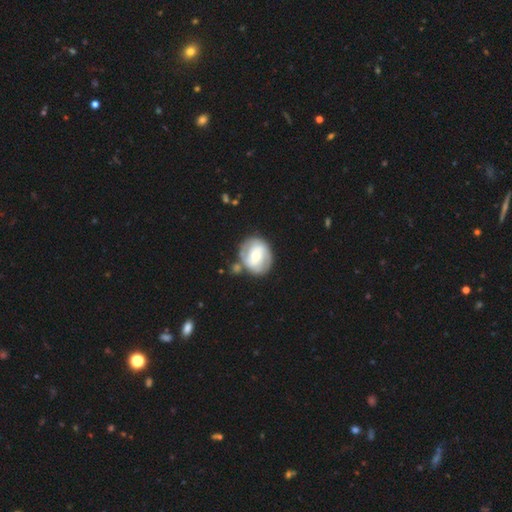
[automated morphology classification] smooth_or_featured: featured or disk (p=0.69) [alt: smooth p=0.26]
disk_edge_on: no (p=0.97) [alt: yes p=0.03]
bar: no (p=0.50) [alt: weak p=0.35]
has_spiral_arms: yes (p=0.77) [alt: no p=0.23]
spiral_winding: tight (p=0.54) [alt: medium p=0.33]
spiral_arm_count: 2 (p=0.63) [alt: can't tell p=0.22]
bulge_size: moderate (p=0.67) [alt: small p=0.26]
merging: none (p=0.70) [alt: minor disturbance p=0.15]